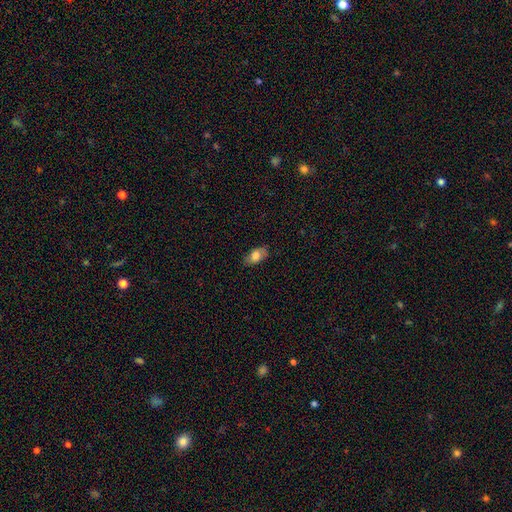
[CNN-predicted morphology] A smooth galaxy with no disk features (74%) that is in between round and cigar-shaped (90%). Merging: none (79%).